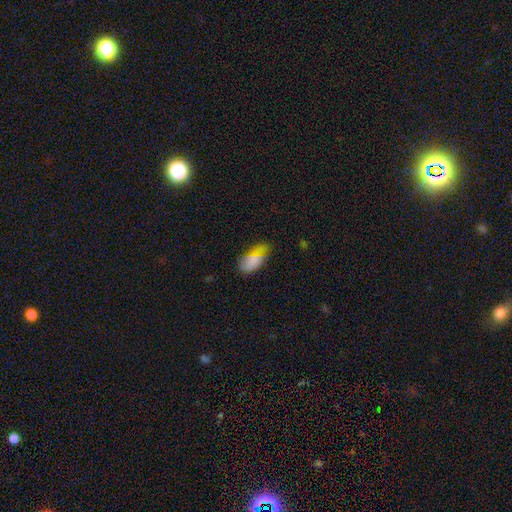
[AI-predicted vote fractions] smooth-or-featured: smooth: 76% | star or artifact: 13% | featured or disk: 11%
  how-rounded: in between: 93% | cigar-shaped: 5% | round: 3%
  merging: none: 69% | minor disturbance: 23% | major disturbance: 6% | merger: 2%